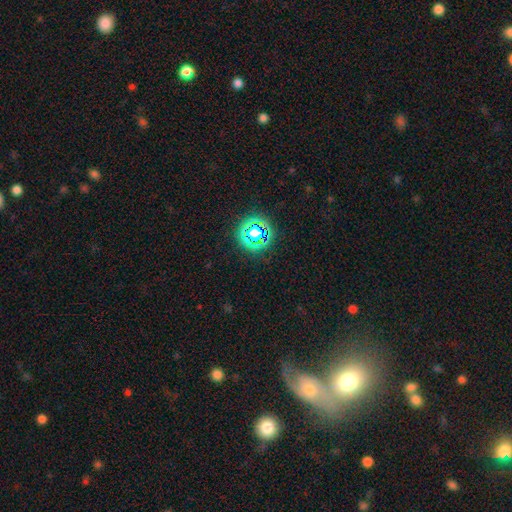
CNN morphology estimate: Smooth or featured? Predicted: star or artifact (p=0.42).